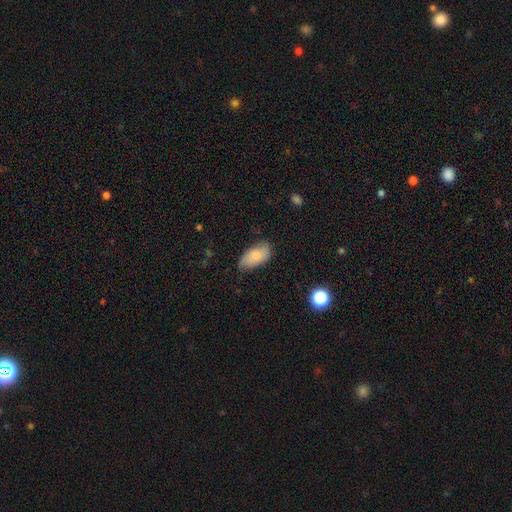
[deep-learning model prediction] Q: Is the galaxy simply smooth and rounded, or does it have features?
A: smooth — 74%.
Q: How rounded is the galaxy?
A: in between — 93%.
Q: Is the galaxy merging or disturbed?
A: none — 65%.